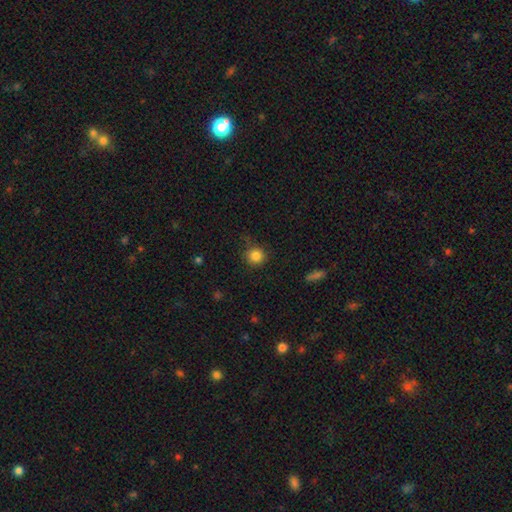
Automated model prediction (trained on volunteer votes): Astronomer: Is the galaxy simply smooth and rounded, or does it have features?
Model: smooth — 84%.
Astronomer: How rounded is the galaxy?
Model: round — 93%.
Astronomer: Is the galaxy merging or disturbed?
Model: none — 82%.